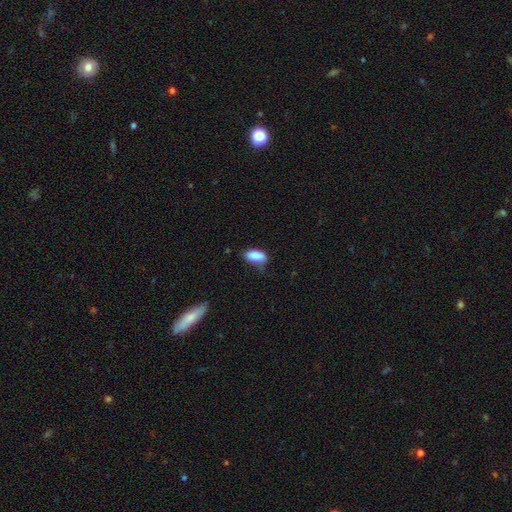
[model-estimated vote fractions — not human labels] smooth-or-featured: smooth: 87% | star or artifact: 7% | featured or disk: 6%
  how-rounded: in between: 91% | cigar-shaped: 6% | round: 3%
  merging: none: 53% | minor disturbance: 35% | major disturbance: 9% | merger: 3%